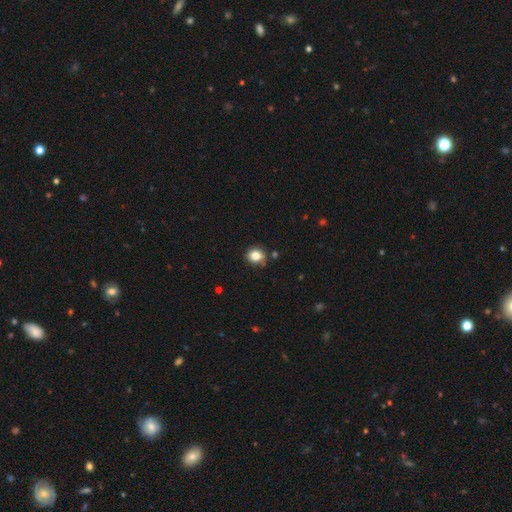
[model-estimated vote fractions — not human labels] A smooth galaxy with no disk features (83%) that is round (75%).

Vote fractions:
- Smooth or featured? smooth: 83% / star or artifact: 11% / featured or disk: 7%
- How rounded? round: 75% / in between: 25% / cigar-shaped: 1%
- Merging? none: 81% / minor disturbance: 13% / merger: 4% / major disturbance: 3%